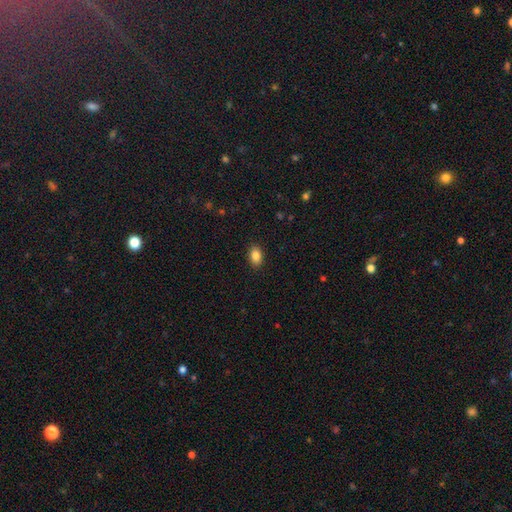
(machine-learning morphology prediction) smooth 86%, star or artifact 9%, featured or disk 6%. Down the decision tree: how rounded — in between (85%); merging — none (89%).